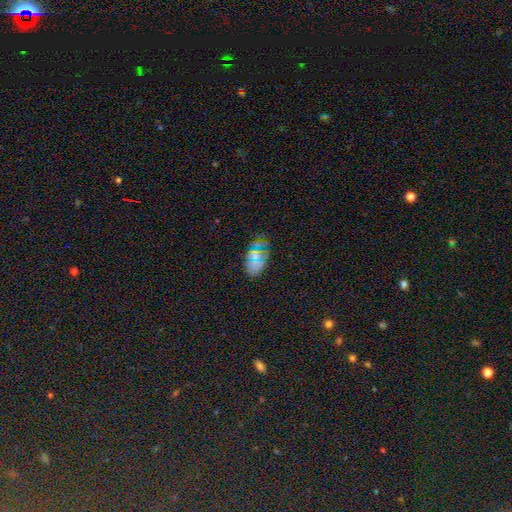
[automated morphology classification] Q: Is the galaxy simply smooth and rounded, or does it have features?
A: smooth — 49%.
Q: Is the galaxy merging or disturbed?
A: none — 75%.